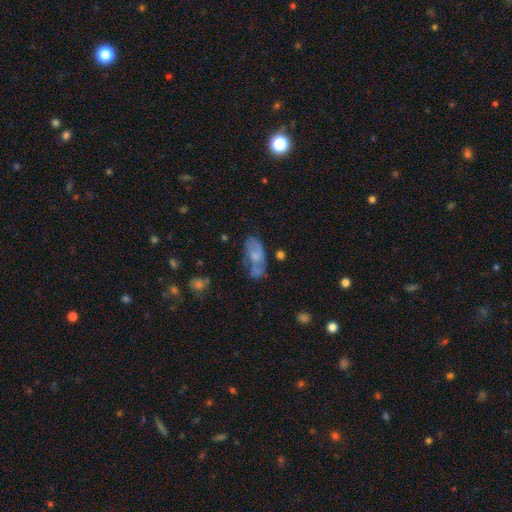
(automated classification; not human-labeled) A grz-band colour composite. It shows a smooth galaxy with no disk features (49%). Merging: none (44%).